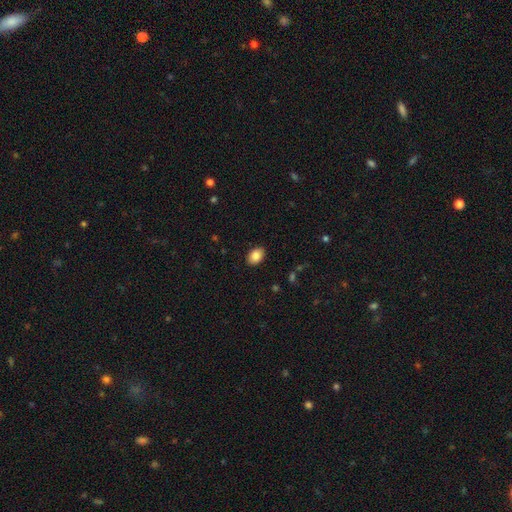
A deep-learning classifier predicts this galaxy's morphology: A smooth galaxy with no disk features (87%) that is in between round and cigar-shaped (84%). Merging: none (89%).